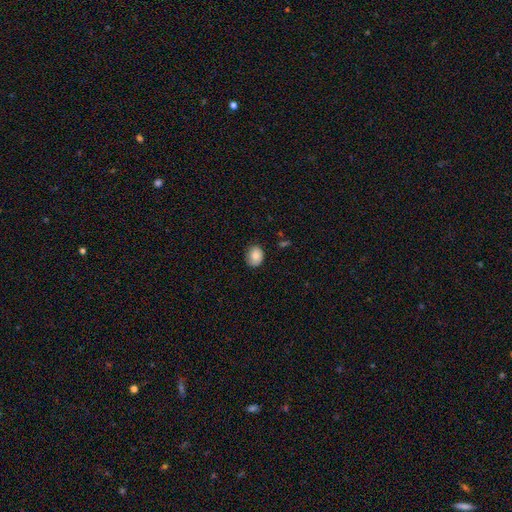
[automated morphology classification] Overall: smooth (84%). How rounded: round (57%; in between 42%). Merging: none (80%).